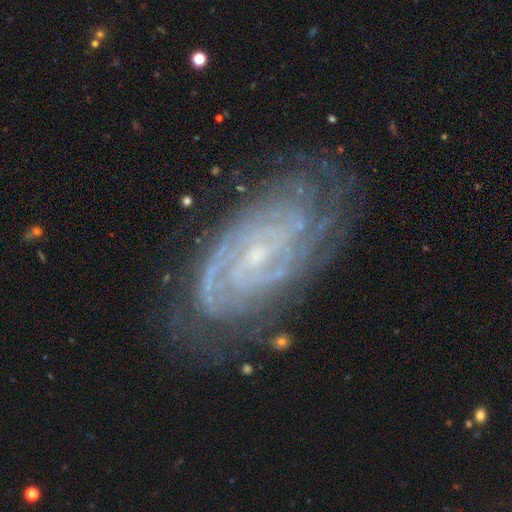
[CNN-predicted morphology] type=featured or disk (89%); edge-on=no (96%); bar=no (53%); spiral arms=yes (98%); winding=tight (79%); arm count=2 (29%); bulge=small (79%); merging=none (76%).